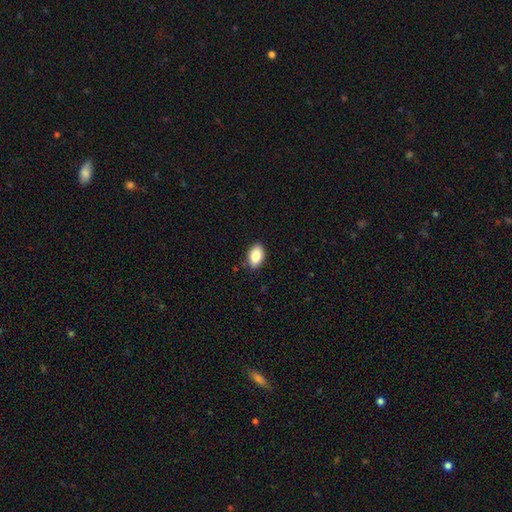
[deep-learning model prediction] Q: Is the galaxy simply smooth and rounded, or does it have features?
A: smooth — 86%.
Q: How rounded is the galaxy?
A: in between — 91%.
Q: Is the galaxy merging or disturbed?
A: none — 88%.